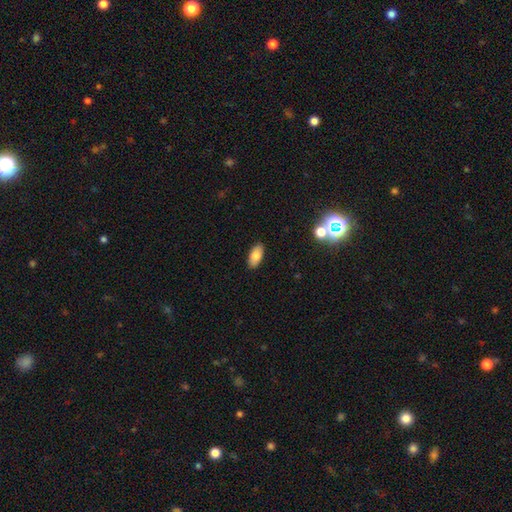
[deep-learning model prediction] Smooth or featured? smooth (82%)
How rounded? in between (92%)
Merging? none (89%)